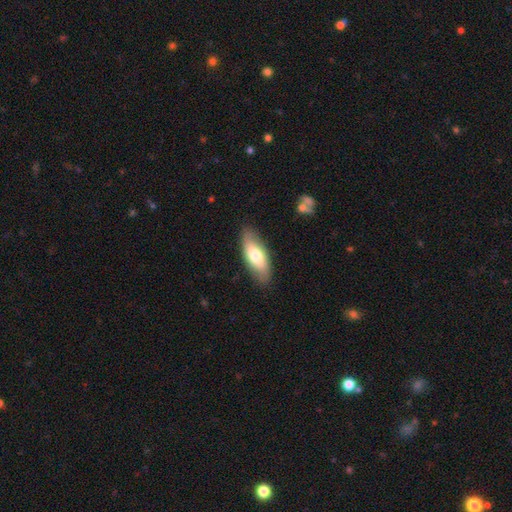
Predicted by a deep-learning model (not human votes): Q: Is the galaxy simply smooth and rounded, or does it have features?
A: smooth — 67%.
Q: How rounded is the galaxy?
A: in between — 79%.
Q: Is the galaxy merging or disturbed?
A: none — 83%.